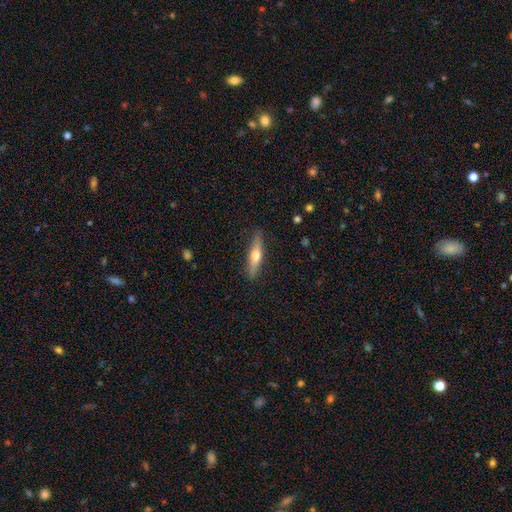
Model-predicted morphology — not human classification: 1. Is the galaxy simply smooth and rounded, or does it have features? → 48% smooth, 47% featured or disk, 6% star or artifact.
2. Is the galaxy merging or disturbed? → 88% none, 9% minor disturbance, 2% major disturbance, 1% merger.